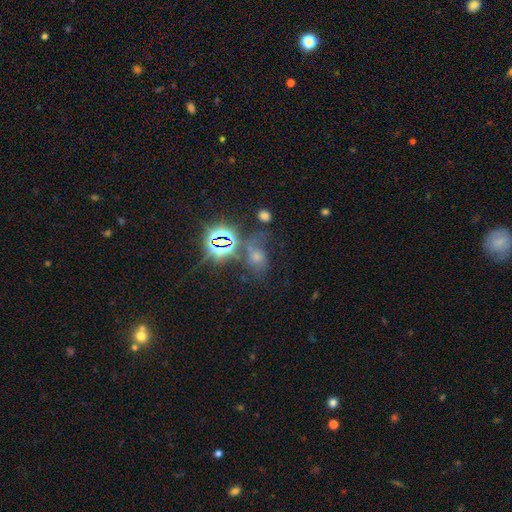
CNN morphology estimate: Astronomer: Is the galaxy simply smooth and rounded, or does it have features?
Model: star or artifact — 41% (runner-up: smooth, 38%).